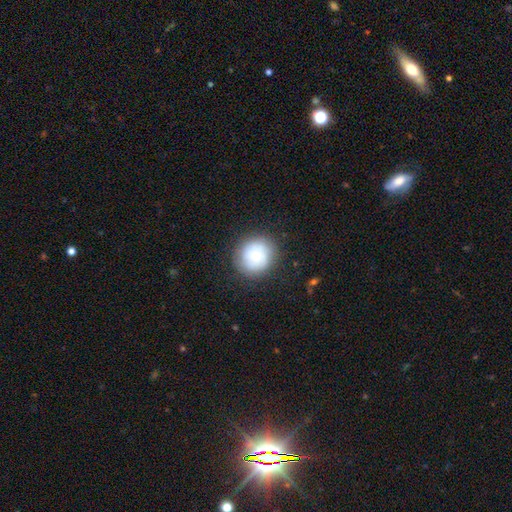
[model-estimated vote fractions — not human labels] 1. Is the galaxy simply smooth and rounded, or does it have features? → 56% smooth, 36% featured or disk, 8% star or artifact.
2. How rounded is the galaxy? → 90% round, 9% in between, 1% cigar-shaped.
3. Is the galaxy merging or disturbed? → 82% none, 12% minor disturbance, 5% major disturbance, 1% merger.